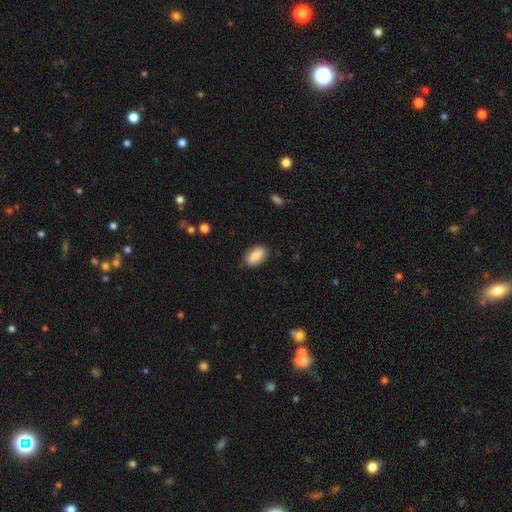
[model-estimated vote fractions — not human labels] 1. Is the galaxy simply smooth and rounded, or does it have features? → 82% smooth, 11% featured or disk, 7% star or artifact.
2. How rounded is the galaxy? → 90% in between, 6% cigar-shaped, 4% round.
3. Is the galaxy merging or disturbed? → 84% none, 12% minor disturbance, 3% major disturbance, 1% merger.